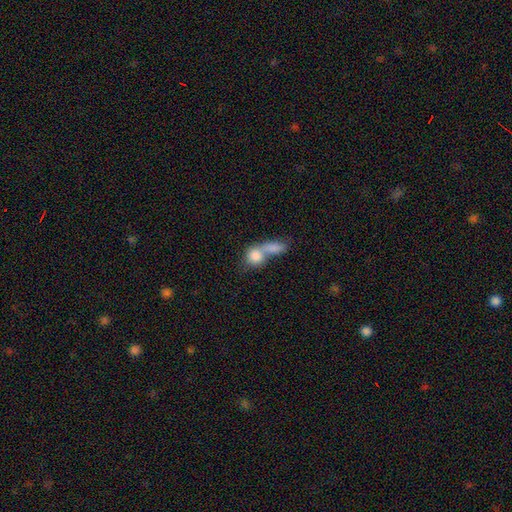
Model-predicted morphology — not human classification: smooth_or_featured: smooth (p=0.80) [alt: featured or disk p=0.13]
how_rounded: round (p=0.54) [alt: in between p=0.40]
merging: merger (p=0.69) [alt: none p=0.19]